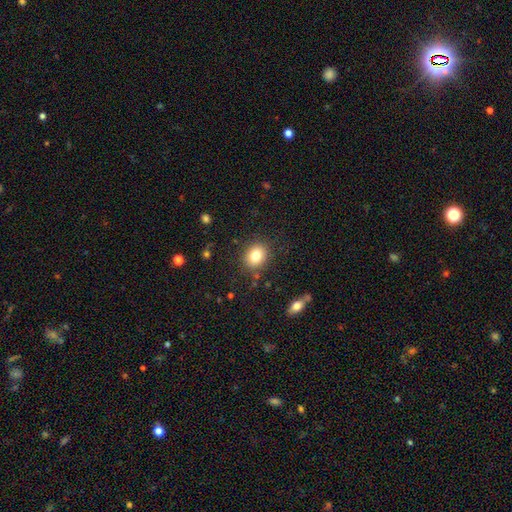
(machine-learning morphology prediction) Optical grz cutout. It shows a smooth galaxy with no disk features (81%) that is round (65%). Merging: none (86%).